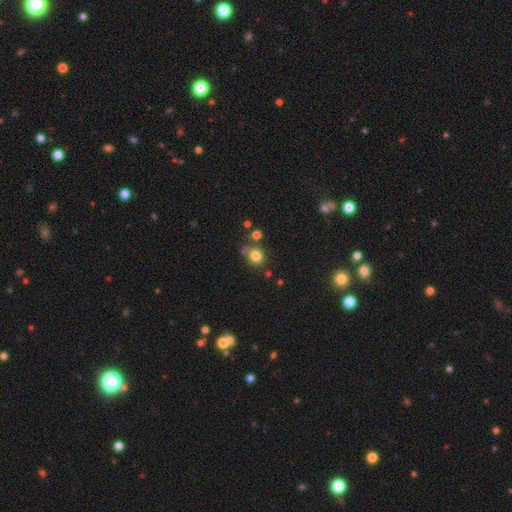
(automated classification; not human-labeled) This is clearly a smooth galaxy (80%). How rounded: likely round (75%). Merging: likely none (62%).